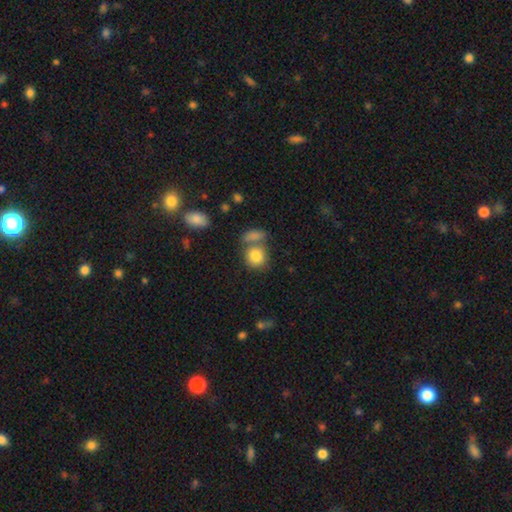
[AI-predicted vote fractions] Morphology: type=smooth (84%); roundness=round (69%); merging=none (48%).